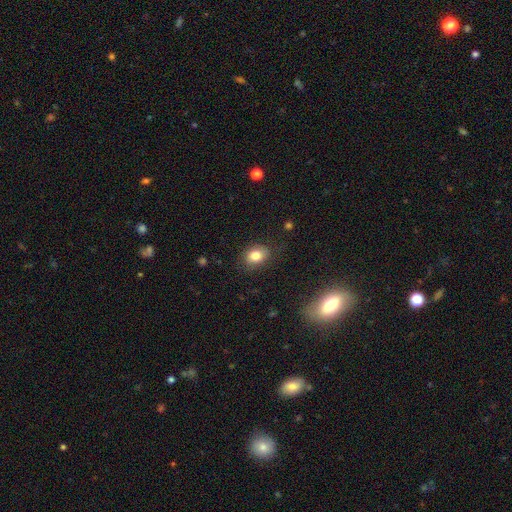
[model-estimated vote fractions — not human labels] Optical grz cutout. It shows a smooth galaxy with no disk features (82%) that is in between round and cigar-shaped (63%). Merging: none (80%).